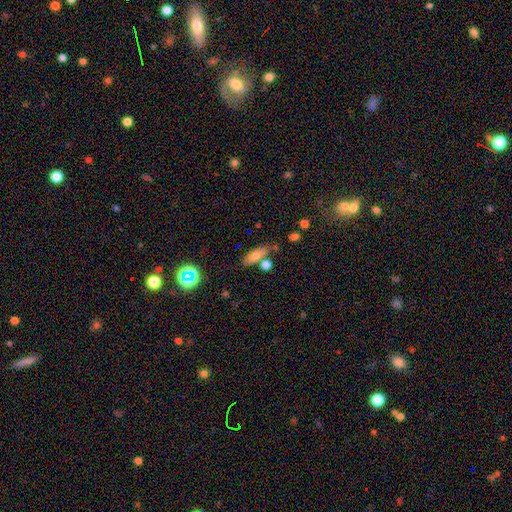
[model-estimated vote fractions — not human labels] smooth-or-featured: smooth: 72% | featured or disk: 17% | star or artifact: 11%
  how-rounded: in between: 65% | cigar-shaped: 30% | round: 5%
  merging: none: 64% | minor disturbance: 16% | merger: 15% | major disturbance: 5%